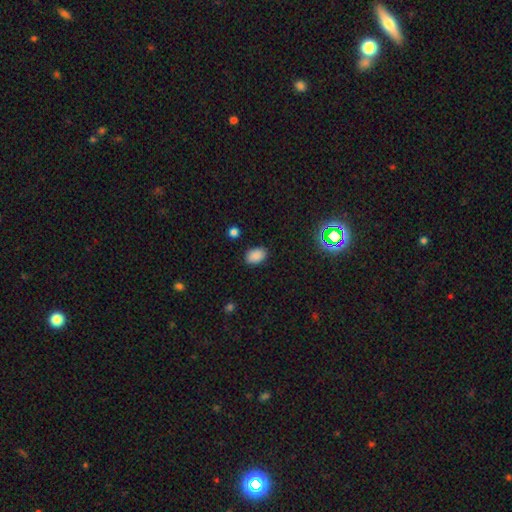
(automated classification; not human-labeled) This appears to be a smooth galaxy with no disk features (86%) that is in between round and cigar-shaped (86%). Merging: none (86%).